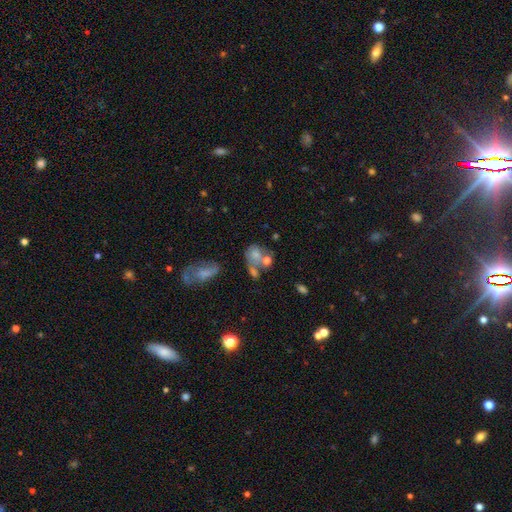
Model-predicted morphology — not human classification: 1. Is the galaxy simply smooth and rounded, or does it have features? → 58% smooth, 29% featured or disk, 13% star or artifact.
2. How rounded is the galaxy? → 52% in between, 46% round, 2% cigar-shaped.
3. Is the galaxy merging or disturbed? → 42% merger, 26% none, 17% major disturbance, 16% minor disturbance.